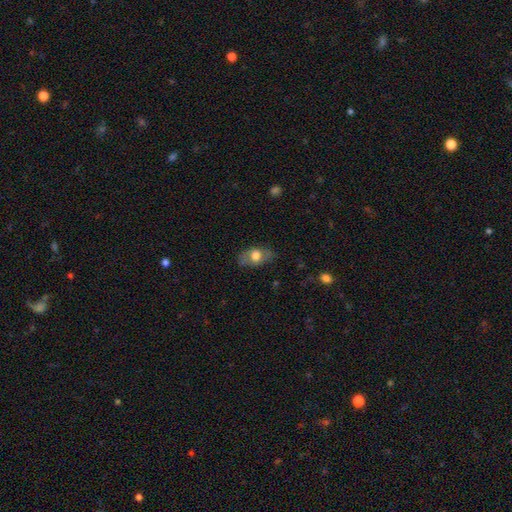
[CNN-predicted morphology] The model was most divided on "smooth or featured": smooth: 62%, featured or disk: 31%, star or artifact: 8%. More confident: how rounded — in between (81%); merging — none (70%).